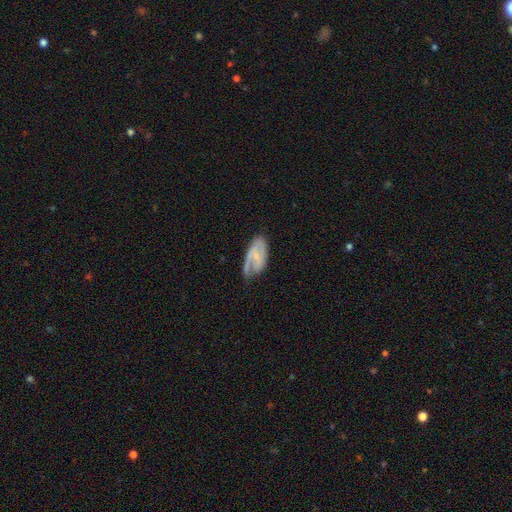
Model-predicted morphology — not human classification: featured or disk 71%, smooth 23%, star or artifact 6%. Down the decision tree: edge-on disk — no (95%); bar — no (42%, tied with weak); spiral arms — yes (87%); spiral arm count — 2 (51%); spiral winding — medium (43%); bulge size — small (66%); merging — none (48%).